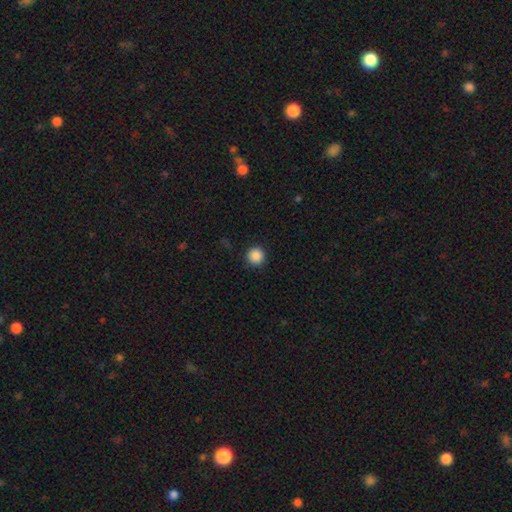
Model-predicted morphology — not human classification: smooth 88%, star or artifact 10%, featured or disk 3%. Down the decision tree: how rounded — round (96%); merging — none (92%).